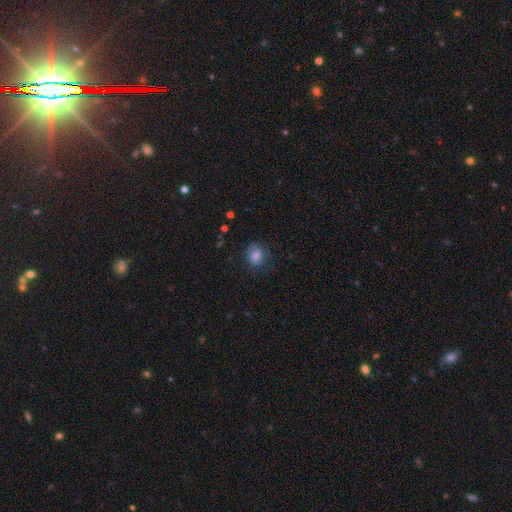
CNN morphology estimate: type=smooth (76%); roundness=round (50%); merging=none (65%).